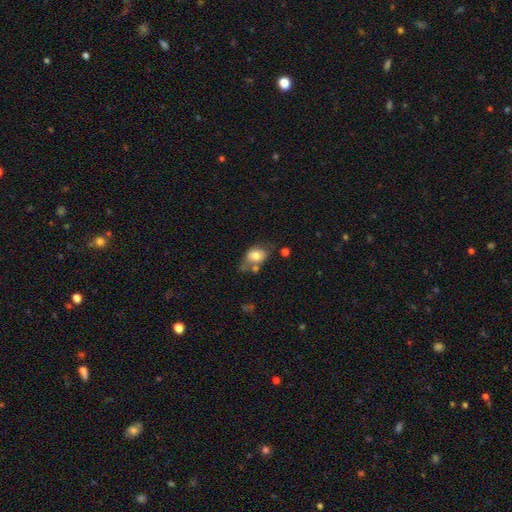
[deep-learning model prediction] smooth-or-featured: smooth: 73% | featured or disk: 19% | star or artifact: 8%
  how-rounded: in between: 73% | round: 26% | cigar-shaped: 2%
  merging: none: 40% | minor disturbance: 26% | merger: 22% | major disturbance: 12%